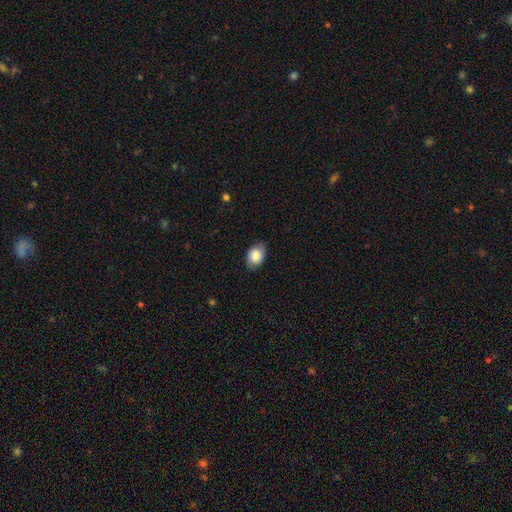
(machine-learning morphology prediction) A smooth galaxy with no disk features (74%) that is in between round and cigar-shaped (80%).

Vote fractions:
- Smooth or featured? smooth: 74% / featured or disk: 18% / star or artifact: 8%
- How rounded? in between: 80% / round: 18% / cigar-shaped: 1%
- Merging? none: 78% / minor disturbance: 17% / major disturbance: 4% / merger: 1%